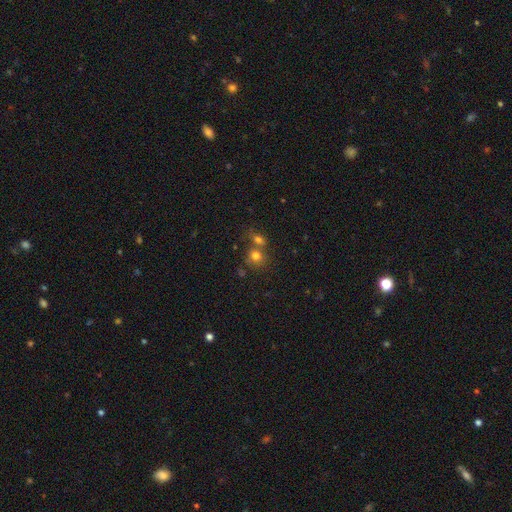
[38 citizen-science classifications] smooth-or-featured: smooth: 87% | featured or disk: 8% | star or artifact: 5%
  how-rounded: round: 76% | in between: 24% | cigar-shaped: 0%
  merging: none: 47% | merger: 33% | minor disturbance: 14% | major disturbance: 6%